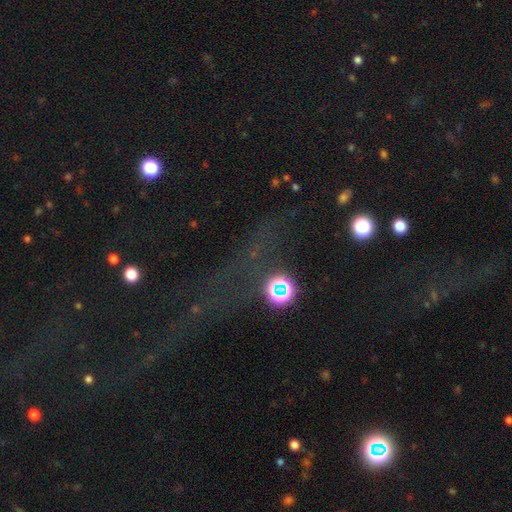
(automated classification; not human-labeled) smooth-or-featured: star or artifact: 71% | smooth: 16% | featured or disk: 13%